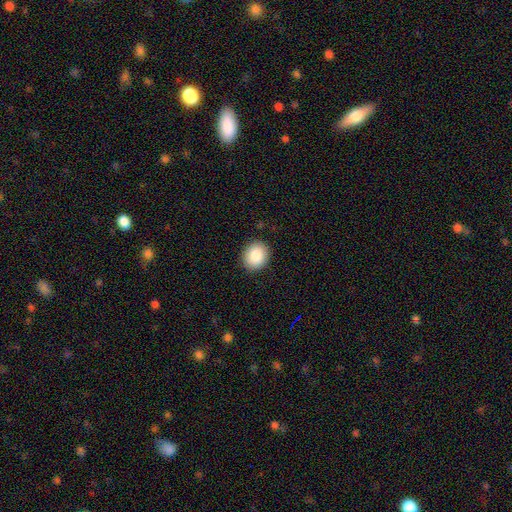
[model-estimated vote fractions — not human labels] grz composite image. It shows a smooth galaxy with no disk features (87%) that is round (66%). Merging: none (90%).